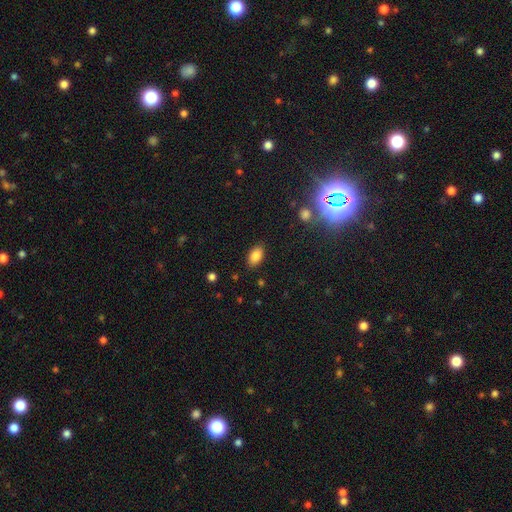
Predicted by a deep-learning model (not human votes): A smooth galaxy with no disk features (85%) that is in between round and cigar-shaped (91%).

Vote fractions:
- Smooth or featured? smooth: 85% / star or artifact: 9% / featured or disk: 6%
- How rounded? in between: 91% / round: 8% / cigar-shaped: 2%
- Merging? none: 86% / minor disturbance: 10% / major disturbance: 3% / merger: 1%